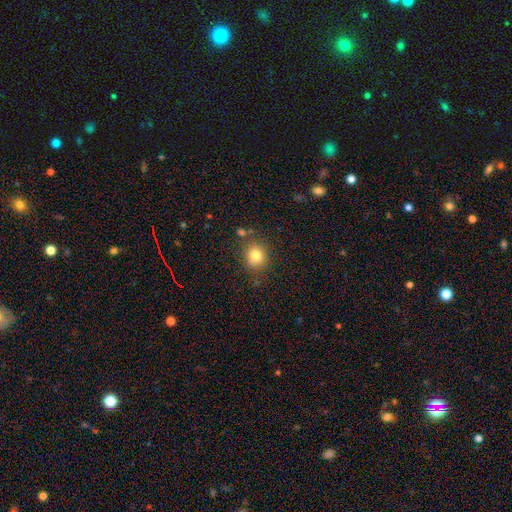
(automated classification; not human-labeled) Overall: smooth (81%). How rounded: round (75%). Merging: none (78%).